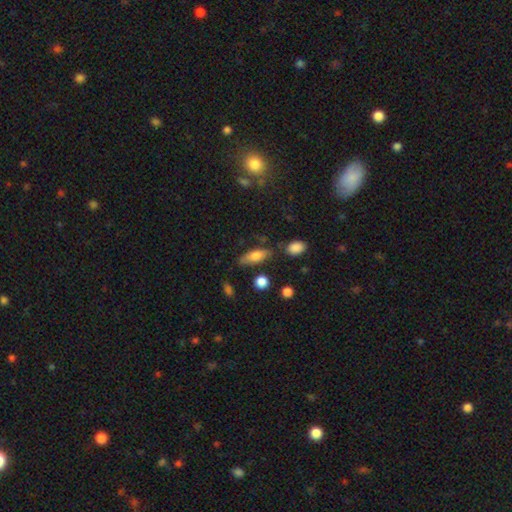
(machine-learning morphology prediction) Smooth or featured: smooth — 72% (featured or disk — 20%)
How rounded: in between — 69% (cigar-shaped — 28%)
Merging: none — 70% (minor disturbance — 19%)